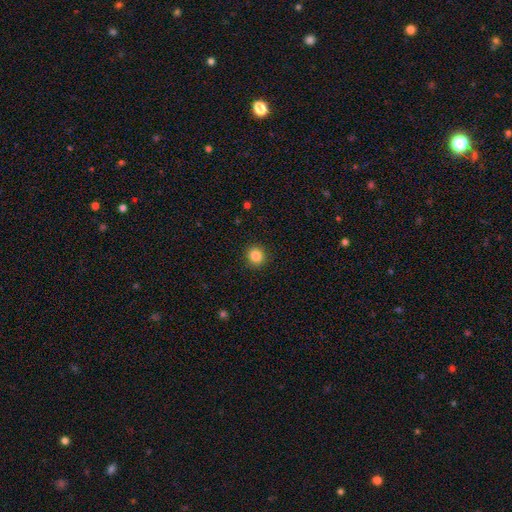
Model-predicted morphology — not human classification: The model was most divided on "smooth or featured": smooth: 84%, star or artifact: 11%, featured or disk: 5%. More confident: merging — none (92%); how rounded — round (89%).